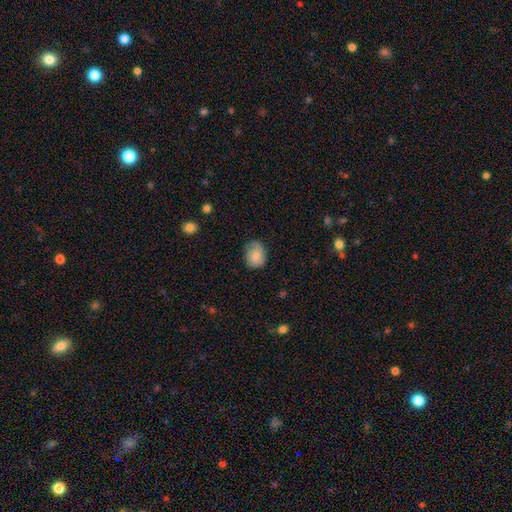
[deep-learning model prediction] This appears to be a smooth galaxy with no disk features (73%) that is round (52%). Merging: none (65%).